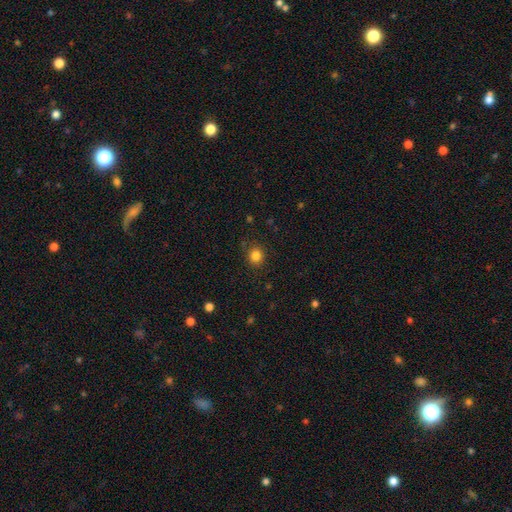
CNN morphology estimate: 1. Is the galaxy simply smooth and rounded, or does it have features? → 83% smooth, 12% star or artifact, 4% featured or disk.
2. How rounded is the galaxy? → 89% round, 11% in between, 1% cigar-shaped.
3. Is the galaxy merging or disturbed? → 87% none, 8% minor disturbance, 3% major disturbance, 1% merger.